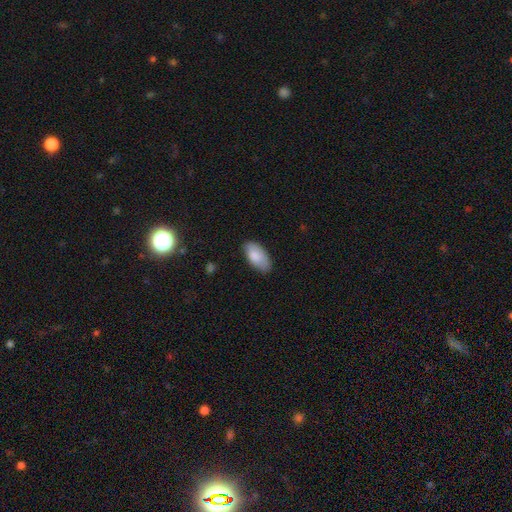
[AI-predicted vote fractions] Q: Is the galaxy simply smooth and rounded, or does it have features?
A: smooth — 84%.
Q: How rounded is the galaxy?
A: in between — 94%.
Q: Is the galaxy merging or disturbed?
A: none — 78%.